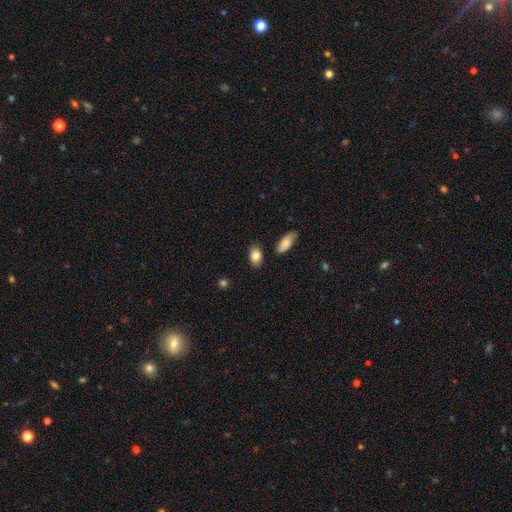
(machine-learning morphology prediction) A smooth galaxy with no disk features (85%) that is in between round and cigar-shaped (86%). Merging: none (82%).